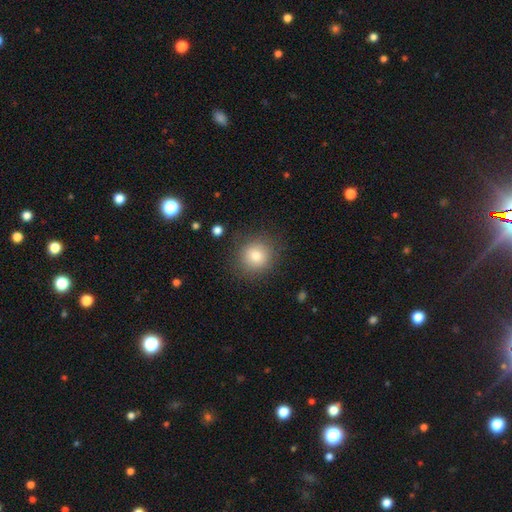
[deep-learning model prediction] This is clearly a smooth galaxy (80%). How rounded: clearly round (89%). Merging: clearly none (86%).